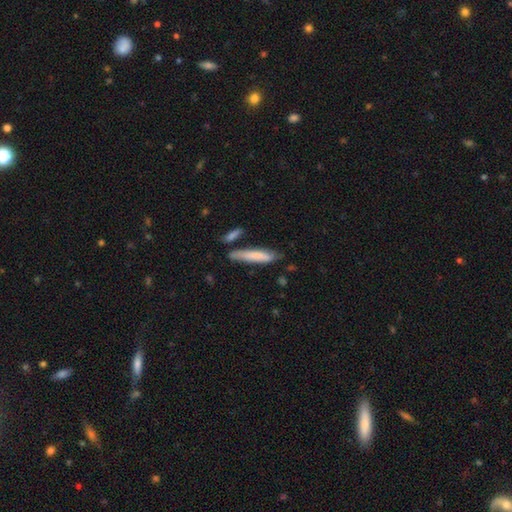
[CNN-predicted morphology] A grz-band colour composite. It shows a smooth galaxy with no disk features (73%) that is cigar-shaped (88%). Merging: none (68%).